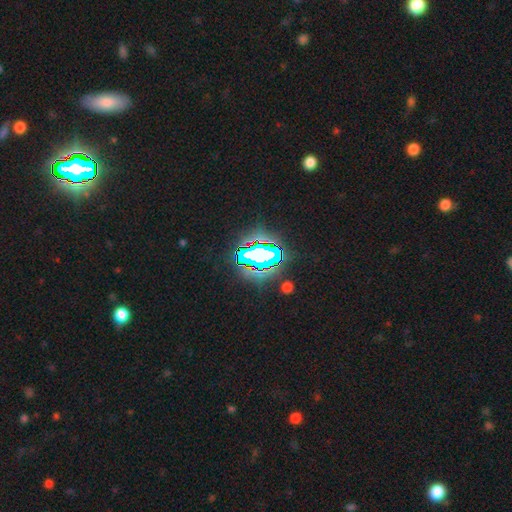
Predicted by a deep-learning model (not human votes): This is likely a star or artifact rather than a galaxy (68%).